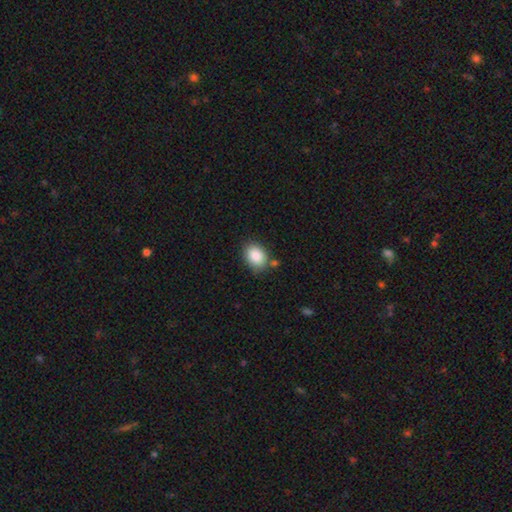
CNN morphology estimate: type=smooth (87%); roundness=in between (67%); merging=none (77%).